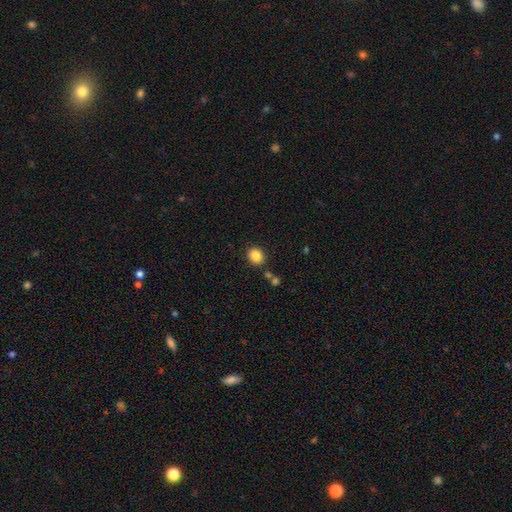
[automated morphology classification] type=smooth (86%); roundness=round (63%); merging=none (82%).